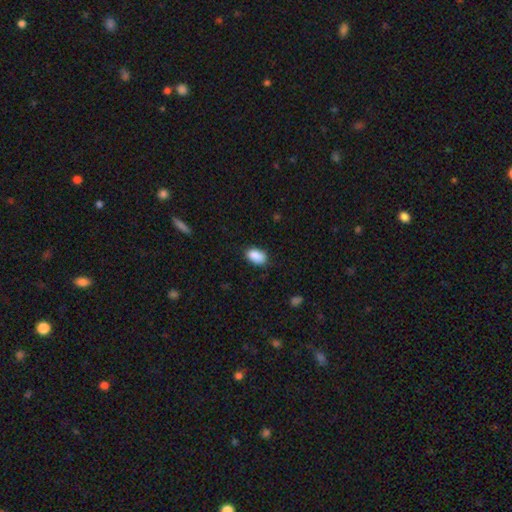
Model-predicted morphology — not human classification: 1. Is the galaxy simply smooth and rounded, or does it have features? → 89% smooth, 7% star or artifact, 3% featured or disk.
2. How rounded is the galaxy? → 91% in between, 8% round, 1% cigar-shaped.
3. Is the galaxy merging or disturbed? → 81% none, 15% minor disturbance, 3% major disturbance, 1% merger.